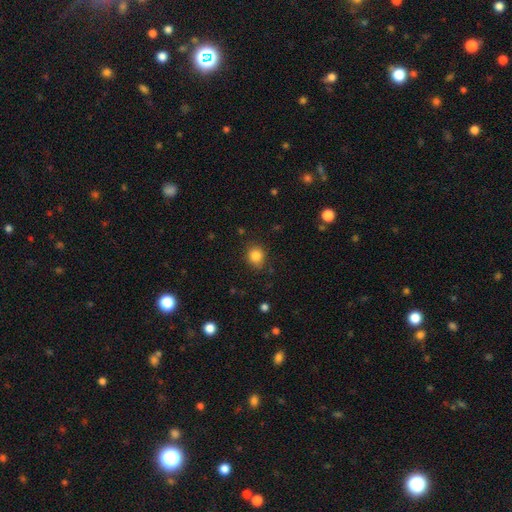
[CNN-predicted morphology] This appears to be a smooth galaxy with no disk features (84%) that is round (76%). Merging: none (83%).